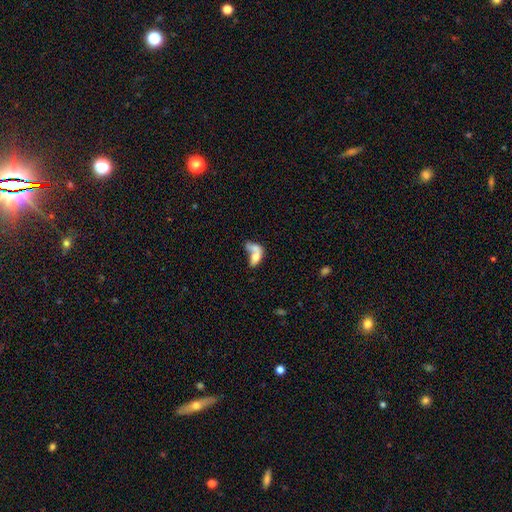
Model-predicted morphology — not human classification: smooth-or-featured: smooth: 63% | featured or disk: 28% | star or artifact: 9%
  how-rounded: in between: 80% | round: 10% | cigar-shaped: 10%
  merging: merger: 60% | major disturbance: 16% | none: 15% | minor disturbance: 9%